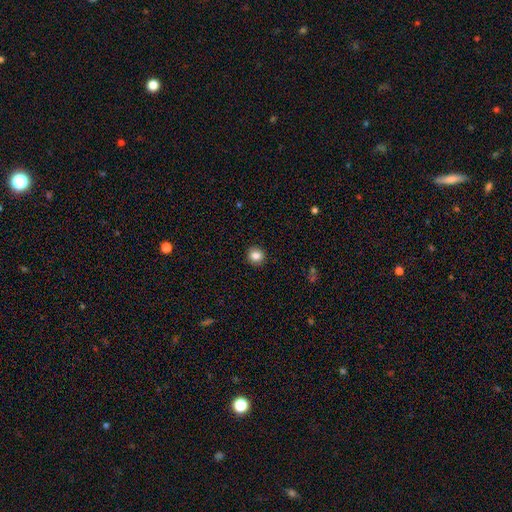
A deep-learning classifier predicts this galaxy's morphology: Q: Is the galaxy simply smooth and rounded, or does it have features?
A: smooth — 84%.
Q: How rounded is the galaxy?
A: round — 89%.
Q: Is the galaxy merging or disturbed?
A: none — 92%.